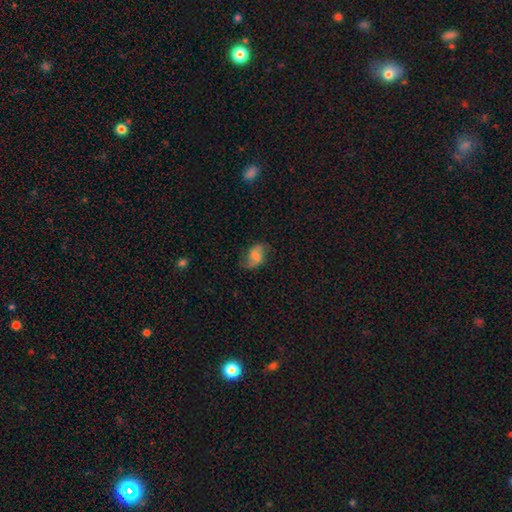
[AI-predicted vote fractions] Smooth or featured?
  - featured or disk: 52% *
  - smooth: 38%
  - star or artifact: 9%
Edge-on disk?
  - no: 96% *
  - yes: 4%
Bar?
  - no: 44% *
  - weak: 43%
  - strong: 14%
Spiral arms?
  - yes: 89% *
  - no: 11%
Bulge size?
  - small: 38% *
  - moderate: 32%
  - none: 21%
  - large: 7%
  - dominant: 2%
Merging?
  - none: 69% *
  - minor disturbance: 20%
  - major disturbance: 9%
  - merger: 2%